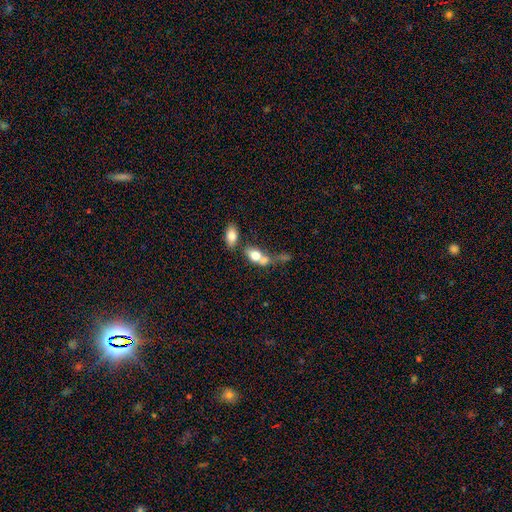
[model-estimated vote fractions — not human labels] A smooth galaxy with no disk features (72%) that is in between round and cigar-shaped (71%).

Vote fractions:
- Smooth or featured? smooth: 72% / featured or disk: 18% / star or artifact: 10%
- How rounded? in between: 71% / round: 23% / cigar-shaped: 5%
- Merging? merger: 61% / none: 21% / minor disturbance: 9% / major disturbance: 9%